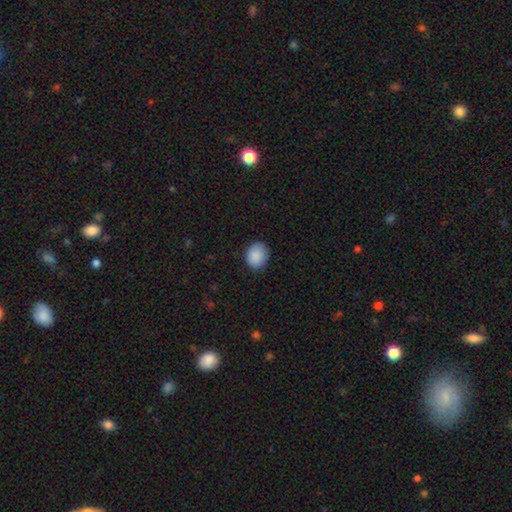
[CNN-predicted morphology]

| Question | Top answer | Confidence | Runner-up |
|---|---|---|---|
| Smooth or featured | smooth | 89% | star or artifact (7%) |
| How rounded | round | 58% | in between (41%) |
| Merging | none | 84% | minor disturbance (12%) |